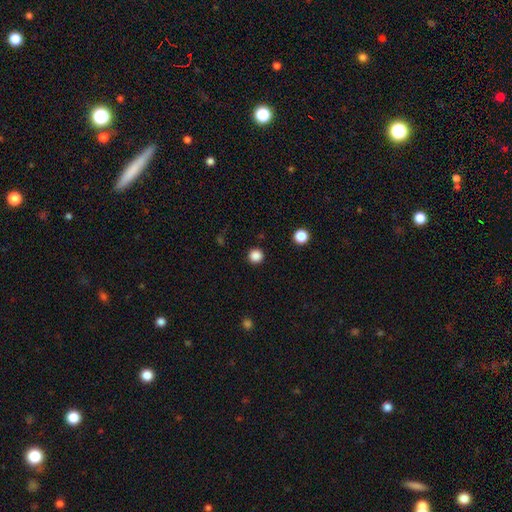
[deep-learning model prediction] smooth_or_featured: smooth (p=0.86) [alt: star or artifact p=0.12]
how_rounded: round (p=0.95) [alt: in between p=0.04]
merging: none (p=0.91) [alt: minor disturbance p=0.05]